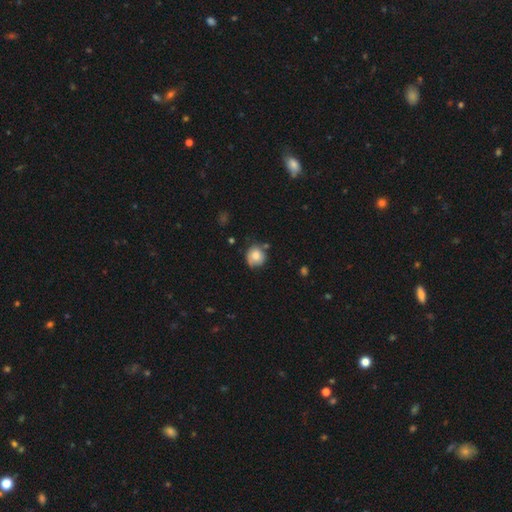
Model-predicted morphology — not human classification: smooth-or-featured: smooth: 77% | featured or disk: 14% | star or artifact: 8%
  how-rounded: round: 88% | in between: 11% | cigar-shaped: 1%
  merging: none: 67% | minor disturbance: 23% | merger: 5% | major disturbance: 5%